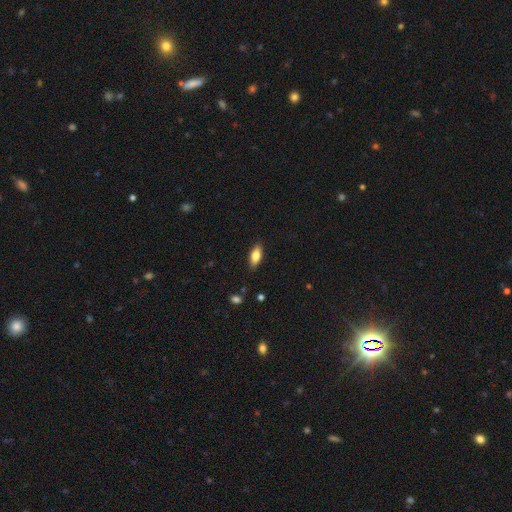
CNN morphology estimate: This appears to be a smooth galaxy with no disk features (77%) that is in between round and cigar-shaped (79%). Merging: none (87%).